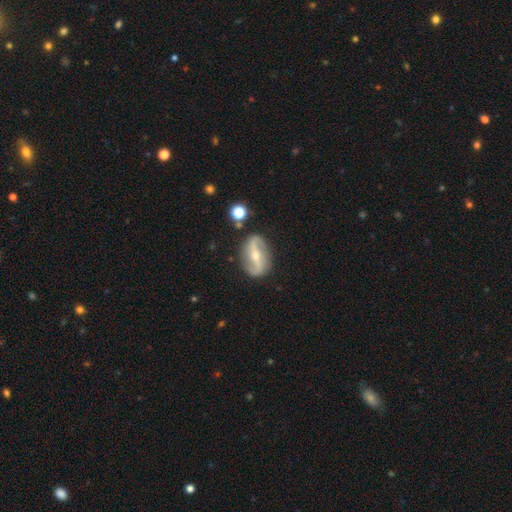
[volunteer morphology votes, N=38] Smooth or featured?
  - featured or disk: 89% *
  - smooth: 11%
  - star or artifact: 0%
Edge-on disk?
  - no: 91% *
  - yes: 9%
Bar?
  - strong: 65% *
  - no: 19%
  - weak: 16%
Spiral arms?
  - yes: 90% *
  - no: 10%
Spiral winding?
  - loose: 71% *
  - tight: 14%
  - medium: 14%
Spiral arm count?
  - 2: 96% *
  - can't tell: 4%
  - 1: 0%
  - 3: 0%
  - 4: 0%
  - more than 4: 0%
Bulge size?
  - small: 65% *
  - moderate: 32%
  - large: 3%
  - dominant: 0%
  - none: 0%
Merging?
  - none: 79% *
  - minor disturbance: 16%
  - major disturbance: 5%
  - merger: 0%